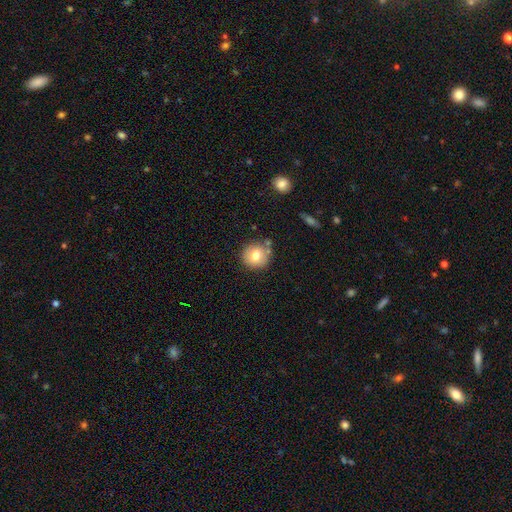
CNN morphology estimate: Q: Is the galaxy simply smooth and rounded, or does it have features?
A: smooth — 76%.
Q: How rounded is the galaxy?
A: round — 91%.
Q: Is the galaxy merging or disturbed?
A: none — 74%.